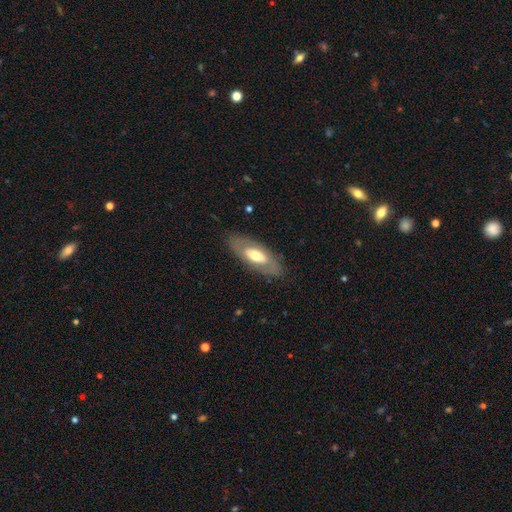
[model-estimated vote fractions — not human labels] Smooth or featured? Predicted: smooth (p=0.47, tied with featured or disk). Merging? Predicted: none (p=0.82).